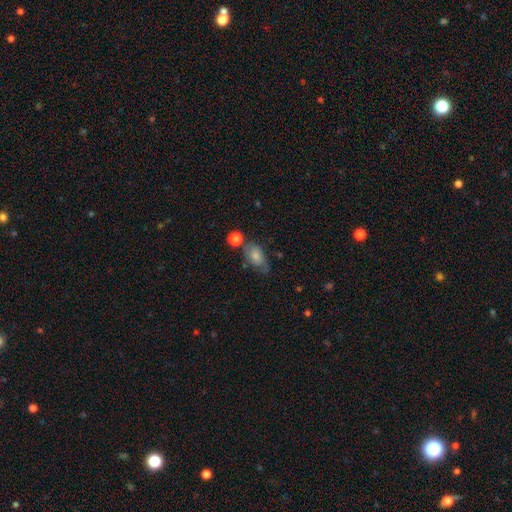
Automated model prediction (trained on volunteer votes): The model was most divided on "merging": none: 51%, minor disturbance: 27%, major disturbance: 11%, merger: 11%. More confident: how rounded — in between (85%); smooth or featured — smooth (74%).